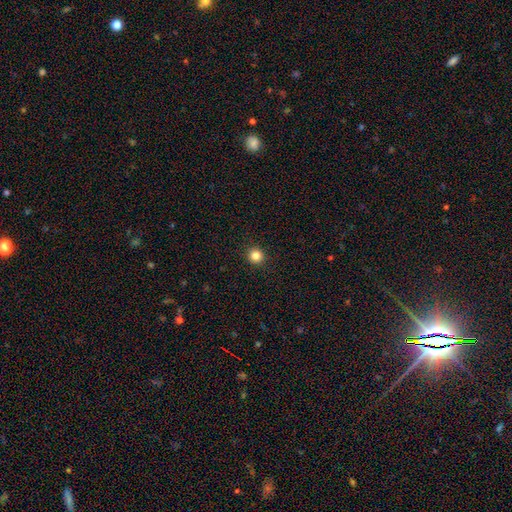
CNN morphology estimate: This appears to be a smooth galaxy with no disk features (83%) that is round (94%). Merging: none (93%).